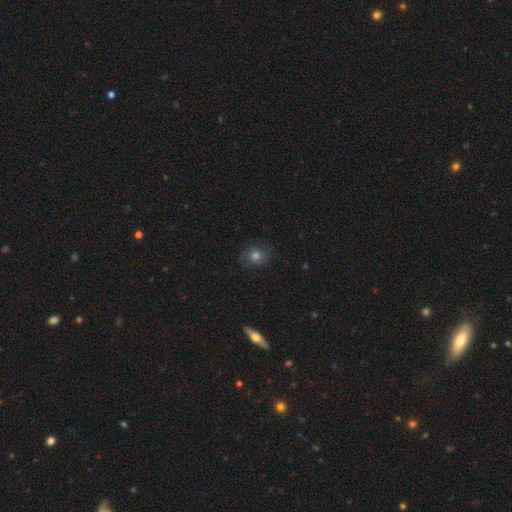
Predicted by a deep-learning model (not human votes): A smooth galaxy with no disk features (57%) that is round (79%).

Vote fractions:
- Smooth or featured? smooth: 57% / featured or disk: 25% / star or artifact: 18%
- How rounded? round: 79% / in between: 19% / cigar-shaped: 1%
- Merging? none: 79% / minor disturbance: 15% / major disturbance: 5% / merger: 1%